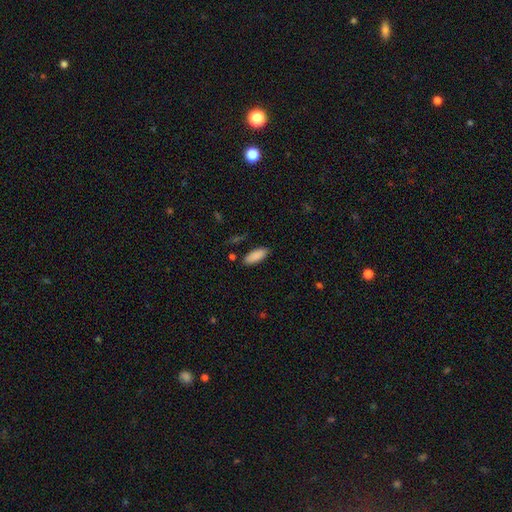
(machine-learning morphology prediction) Smooth or featured? smooth (89%)
How rounded? in between (77%)
Merging? none (85%)